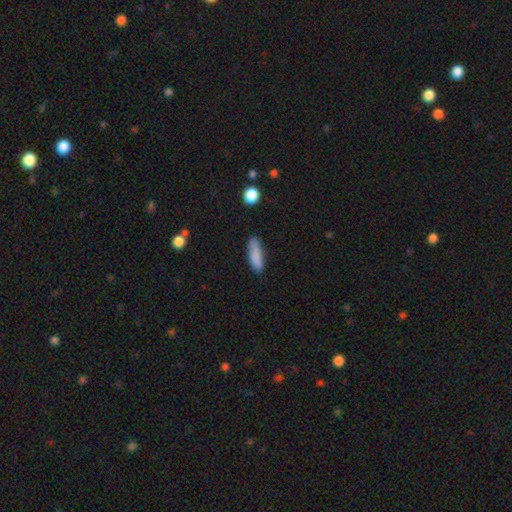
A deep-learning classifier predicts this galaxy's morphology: This is clearly a smooth galaxy (85%). How rounded: possibly cigar-shaped (50%). Merging: likely none (77%).